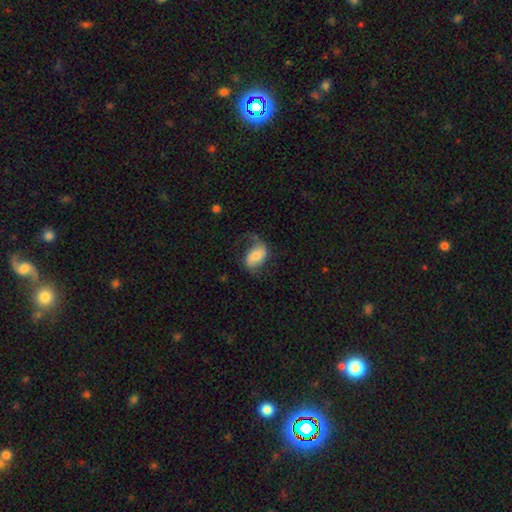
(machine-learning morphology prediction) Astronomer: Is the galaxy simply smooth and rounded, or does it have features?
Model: smooth — 51% (runner-up: featured or disk, 42%).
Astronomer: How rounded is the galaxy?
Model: in between — 89%.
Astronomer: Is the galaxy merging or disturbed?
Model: none — 53%.